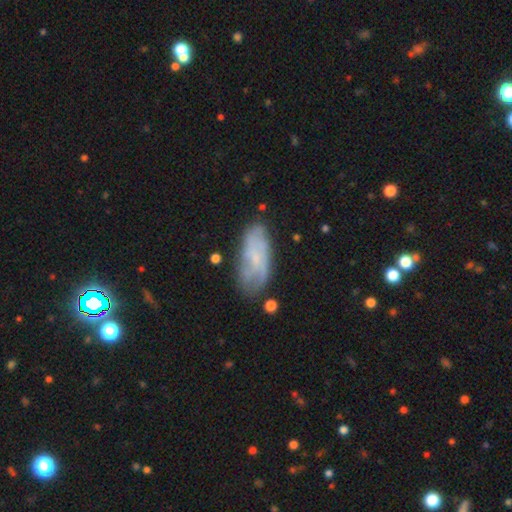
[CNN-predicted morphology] A featured or disk galaxy (51%). Merging: none (68%).